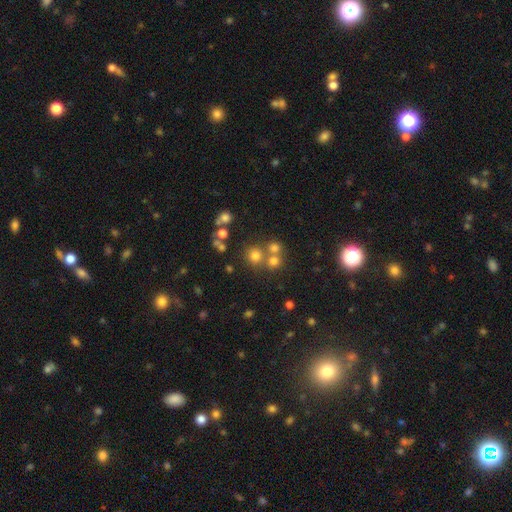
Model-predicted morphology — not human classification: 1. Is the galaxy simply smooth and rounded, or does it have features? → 67% smooth, 22% star or artifact, 12% featured or disk.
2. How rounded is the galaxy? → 89% round, 10% in between, 1% cigar-shaped.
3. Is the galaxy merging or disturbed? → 61% none, 28% merger, 7% minor disturbance, 4% major disturbance.